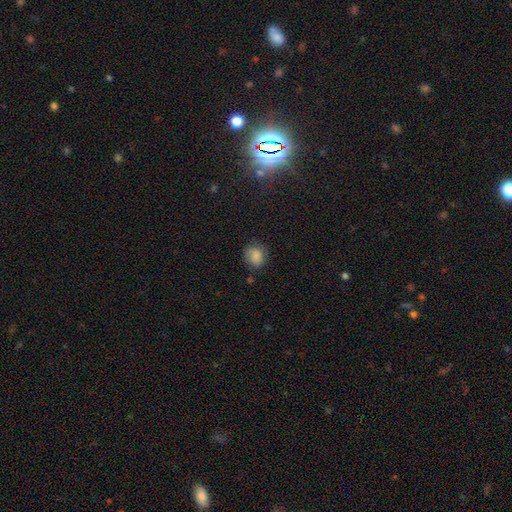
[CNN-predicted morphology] The model was most divided on "how rounded": round: 70%, in between: 29%, cigar-shaped: 1%. More confident: smooth or featured — smooth (83%); merging — none (72%).